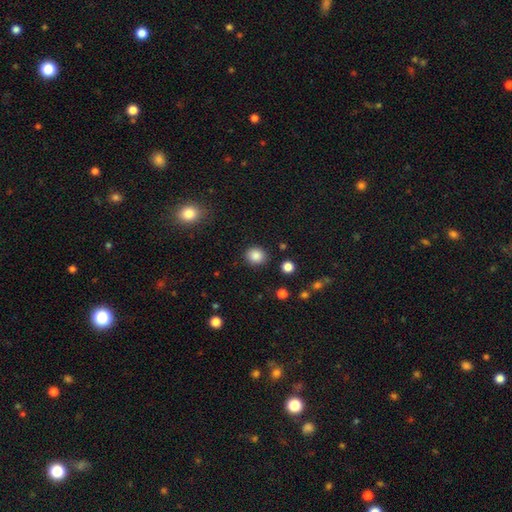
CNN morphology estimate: smooth_or_featured: smooth (p=0.86) [alt: star or artifact p=0.10]
how_rounded: round (p=0.76) [alt: in between p=0.23]
merging: none (p=0.88) [alt: minor disturbance p=0.08]